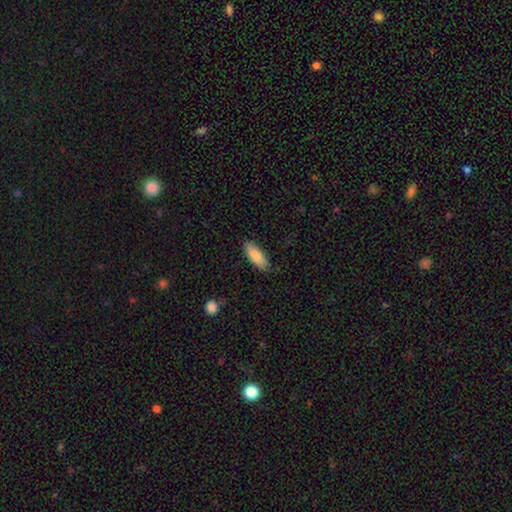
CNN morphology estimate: The model was most divided on "how rounded": in between: 76%, cigar-shaped: 22%, round: 2%. More confident: smooth or featured — smooth (86%); merging — none (82%).